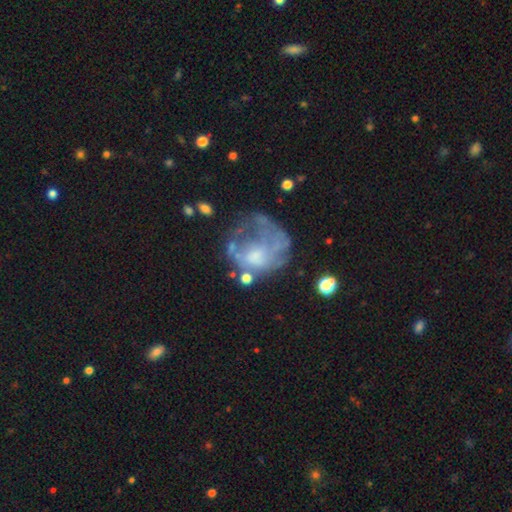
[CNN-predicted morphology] Smooth or featured? featured or disk (59%)
Edge-on disk? no (98%)
Bar? no (81%)
Spiral arms? no (69%)
Bulge size? none (37%)
Merging? none (37%)